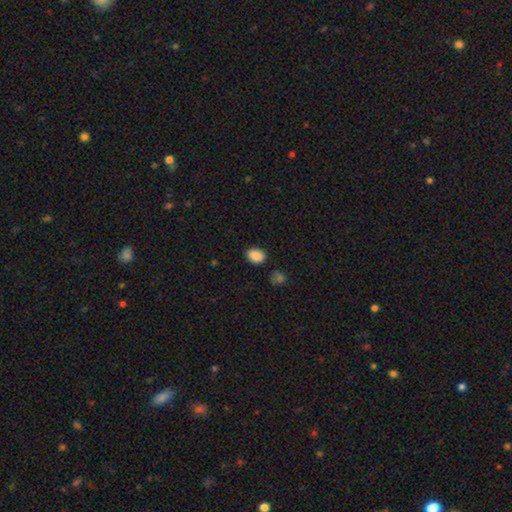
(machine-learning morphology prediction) A smooth galaxy with no disk features (88%) that is in between round and cigar-shaped (72%). Merging: none (84%).